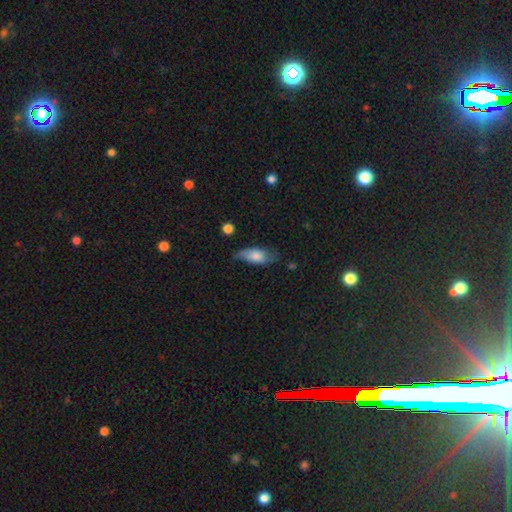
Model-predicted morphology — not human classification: Smooth or featured? Predicted: smooth (p=0.65). How rounded? Predicted: in between (p=0.85). Merging? Predicted: none (p=0.51).